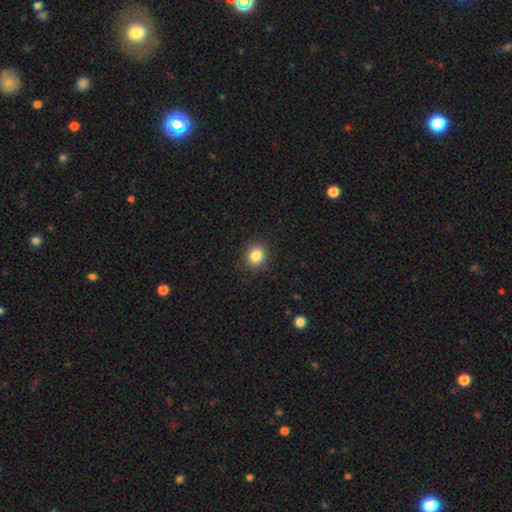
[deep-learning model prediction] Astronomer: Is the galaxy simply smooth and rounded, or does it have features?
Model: smooth — 85%.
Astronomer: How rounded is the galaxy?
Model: round — 68%.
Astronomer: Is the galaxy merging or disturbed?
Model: none — 89%.